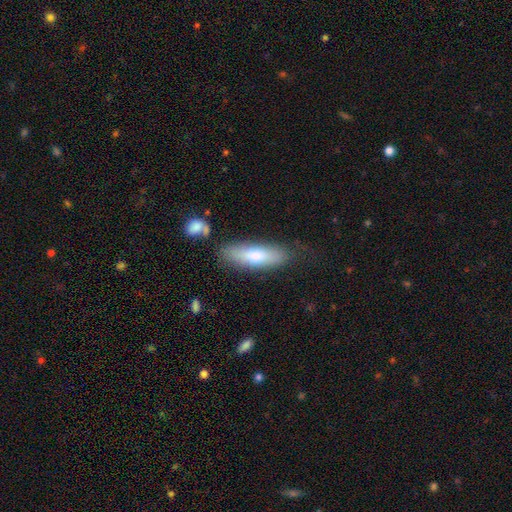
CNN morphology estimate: Q: Smooth or featured?
A: smooth (68%); runner-up: featured or disk (26%)
Q: How rounded?
A: cigar-shaped (51%); runner-up: in between (47%)
Q: Merging?
A: none (74%); runner-up: minor disturbance (17%)